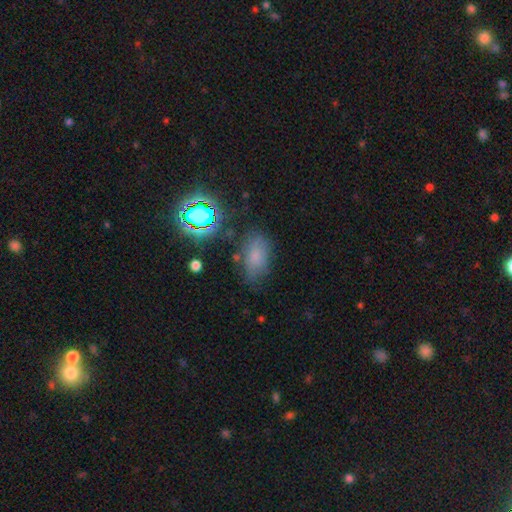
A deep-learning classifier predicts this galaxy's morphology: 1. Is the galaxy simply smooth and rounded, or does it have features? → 65% smooth, 19% star or artifact, 15% featured or disk.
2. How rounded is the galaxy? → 88% in between, 10% round, 3% cigar-shaped.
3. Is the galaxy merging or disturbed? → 65% none, 23% minor disturbance, 8% major disturbance, 4% merger.